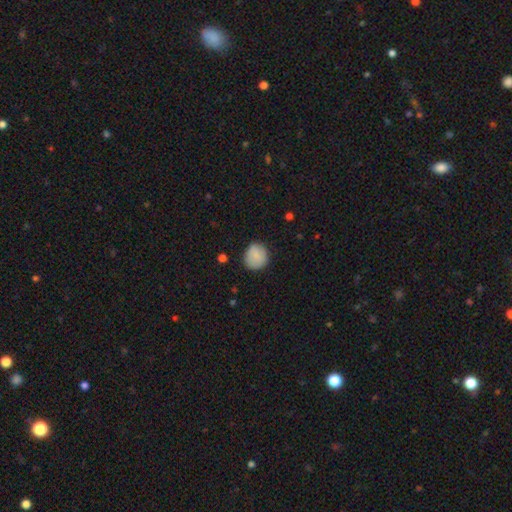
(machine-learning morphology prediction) This appears to be a smooth galaxy with no disk features (86%) that is round (86%). Merging: none (82%).